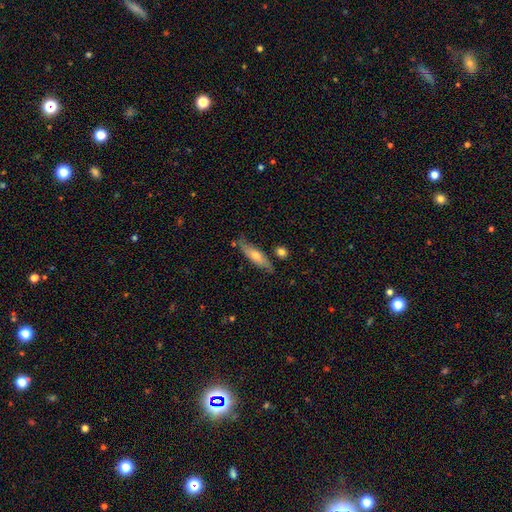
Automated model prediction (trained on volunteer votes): Smooth or featured: smooth — 52% (featured or disk — 41%)
How rounded: cigar-shaped — 68% (in between — 30%)
Merging: none — 75% (minor disturbance — 16%)